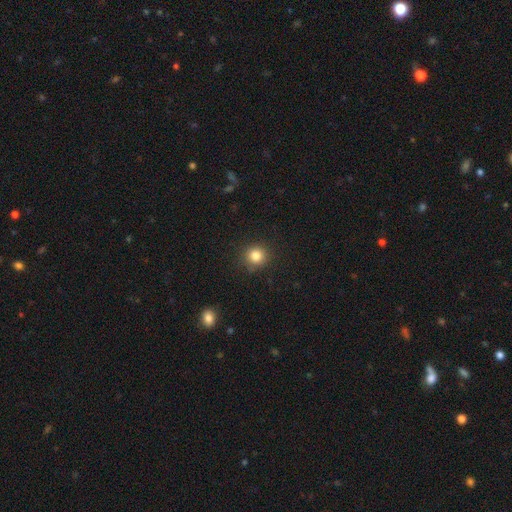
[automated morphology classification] smooth 83%, star or artifact 12%, featured or disk 5%. Down the decision tree: how rounded — round (91%); merging — none (88%).